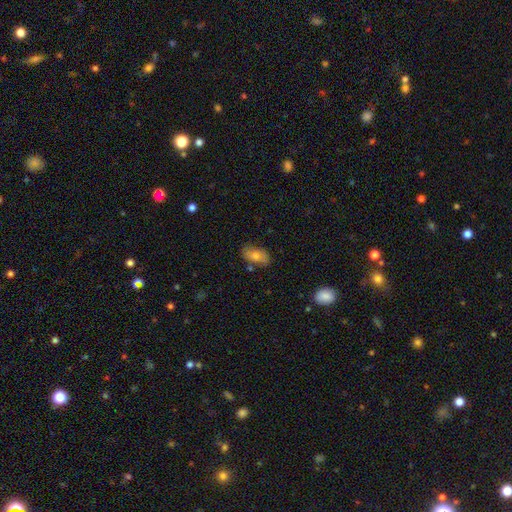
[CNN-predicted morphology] This is likely a smooth galaxy (70%). How rounded: clearly in between (89%). Merging: likely none (76%).